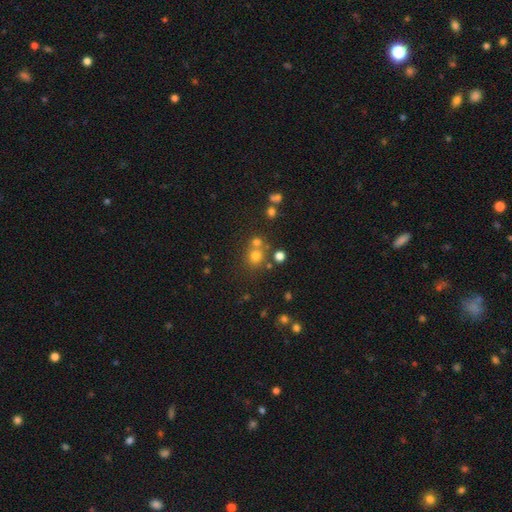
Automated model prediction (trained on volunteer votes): Smooth or featured?
  - smooth: 70% *
  - star or artifact: 20%
  - featured or disk: 10%
How rounded?
  - round: 85% *
  - in between: 14%
  - cigar-shaped: 1%
Merging?
  - none: 59% *
  - merger: 29%
  - minor disturbance: 8%
  - major disturbance: 3%